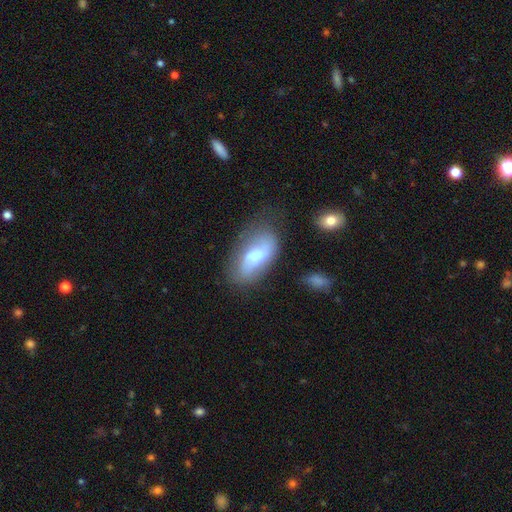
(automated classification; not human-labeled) Morphology: type=smooth (53%); roundness=in between (89%); merging=none (49%).